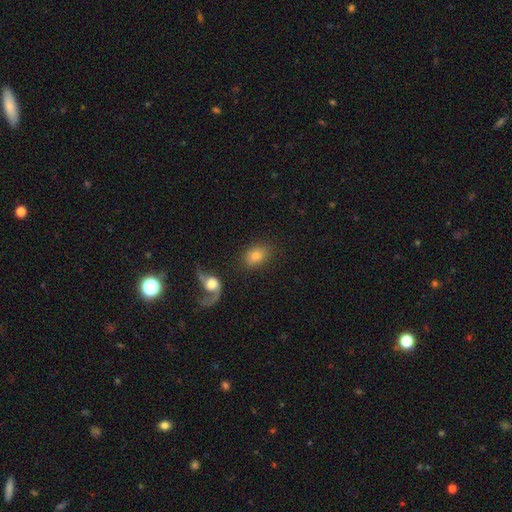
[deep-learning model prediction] Morphology: type=smooth (71%); roundness=in between (72%); merging=none (69%).